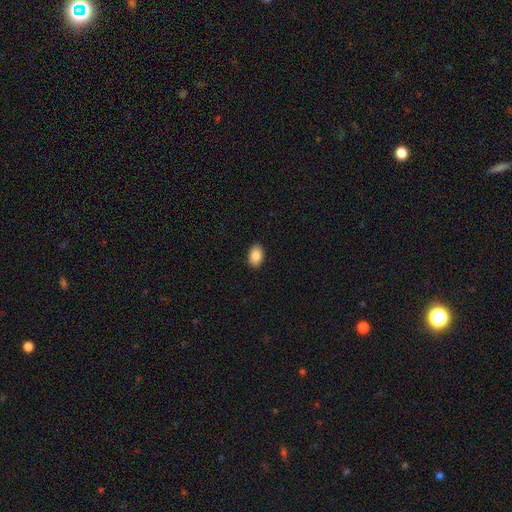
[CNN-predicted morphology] smooth_or_featured: smooth (p=0.87) [alt: star or artifact p=0.07]
how_rounded: in between (p=0.86) [alt: round p=0.13]
merging: none (p=0.90) [alt: minor disturbance p=0.07]